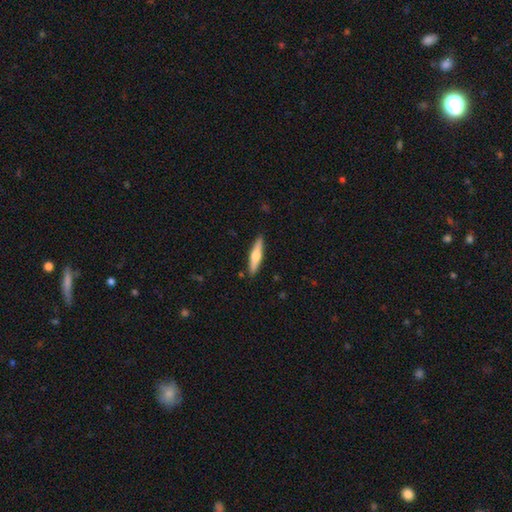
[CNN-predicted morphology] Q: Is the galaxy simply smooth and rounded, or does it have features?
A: smooth — 49%.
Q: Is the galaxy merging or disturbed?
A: none — 89%.